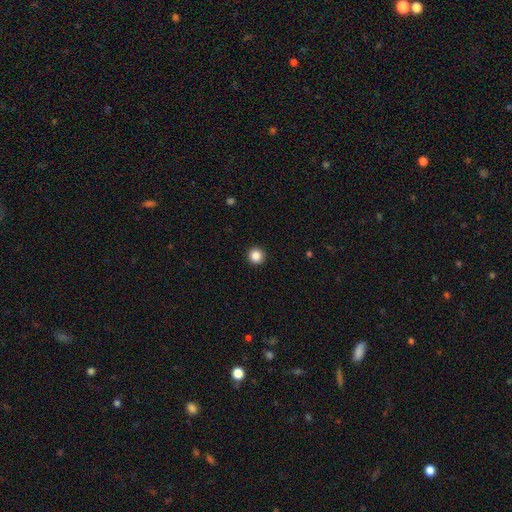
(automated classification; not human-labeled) Smooth or featured? smooth (86%)
How rounded? round (96%)
Merging? none (94%)